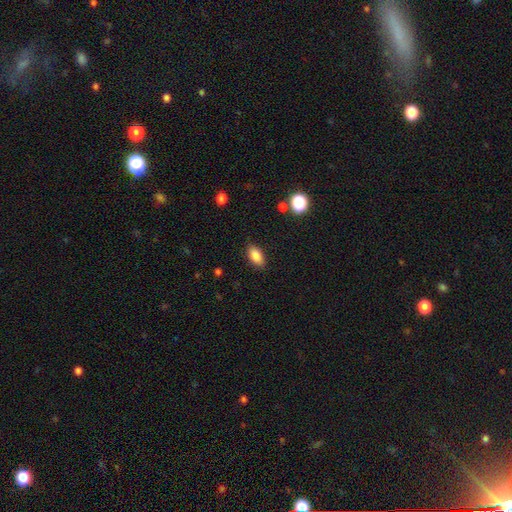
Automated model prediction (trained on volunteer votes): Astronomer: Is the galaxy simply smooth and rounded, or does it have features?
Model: smooth — 86%.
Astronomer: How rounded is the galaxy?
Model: in between — 90%.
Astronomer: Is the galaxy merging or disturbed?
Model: none — 87%.